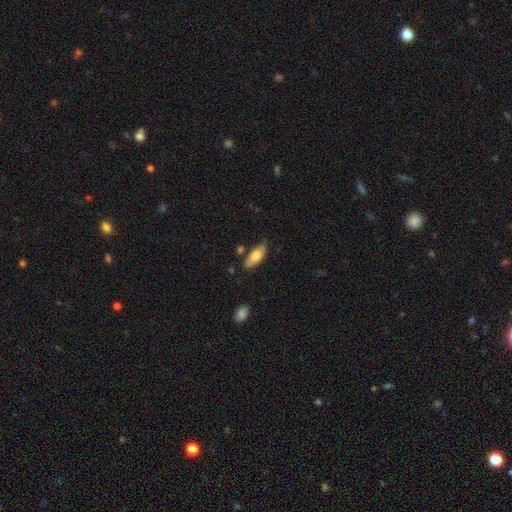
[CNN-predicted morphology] A smooth galaxy with no disk features (73%) that is in between round and cigar-shaped (71%).

Vote fractions:
- Smooth or featured? smooth: 73% / featured or disk: 21% / star or artifact: 6%
- How rounded? in between: 71% / cigar-shaped: 27% / round: 2%
- Merging? none: 75% / minor disturbance: 17% / merger: 5% / major disturbance: 3%